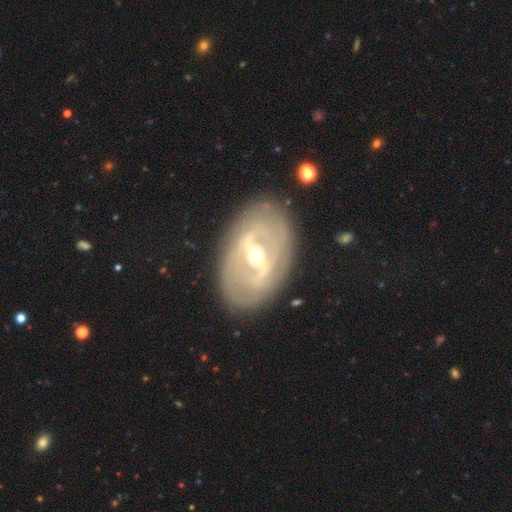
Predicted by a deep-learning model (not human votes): Smooth or featured? featured or disk (84%)
Edge-on disk? no (92%)
Bar? strong (63%)
Spiral arms? yes (67%)
Spiral winding? tight (64%)
Spiral arm count? 2 (44%)
Bulge size? moderate (66%)
Merging? none (82%)